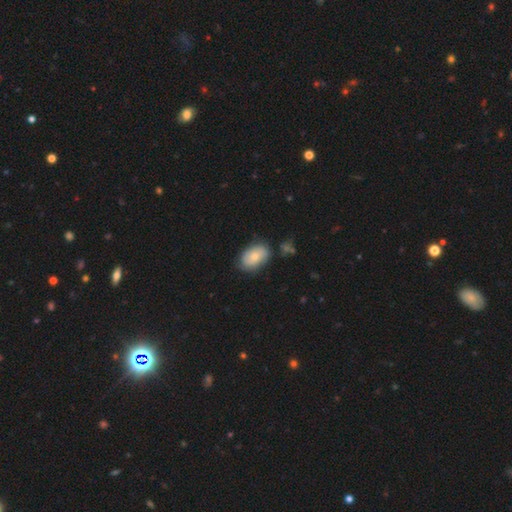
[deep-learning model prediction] smooth-or-featured: smooth: 67% | featured or disk: 26% | star or artifact: 6%
  how-rounded: in between: 89% | round: 10% | cigar-shaped: 1%
  merging: none: 74% | minor disturbance: 19% | major disturbance: 4% | merger: 3%